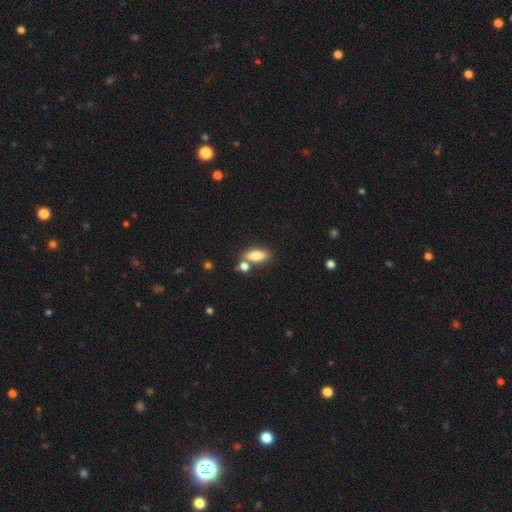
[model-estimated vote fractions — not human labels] Smooth or featured: smooth — 78% (featured or disk — 14%)
How rounded: in between — 71% (cigar-shaped — 23%)
Merging: none — 64% (merger — 20%)